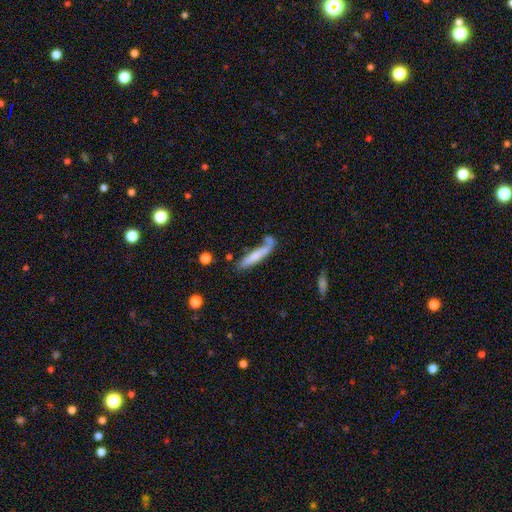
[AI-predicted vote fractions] Smooth or featured? smooth (64%)
How rounded? cigar-shaped (88%)
Merging? none (51%)